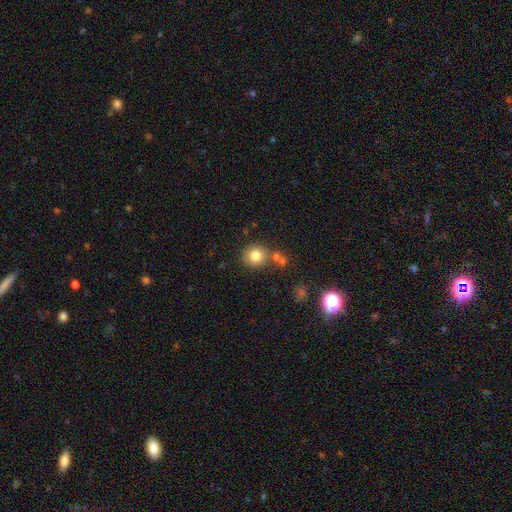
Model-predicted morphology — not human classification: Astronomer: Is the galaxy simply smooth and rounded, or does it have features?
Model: smooth — 79%.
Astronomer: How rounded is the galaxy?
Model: round — 85%.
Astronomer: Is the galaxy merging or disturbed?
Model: none — 67%.